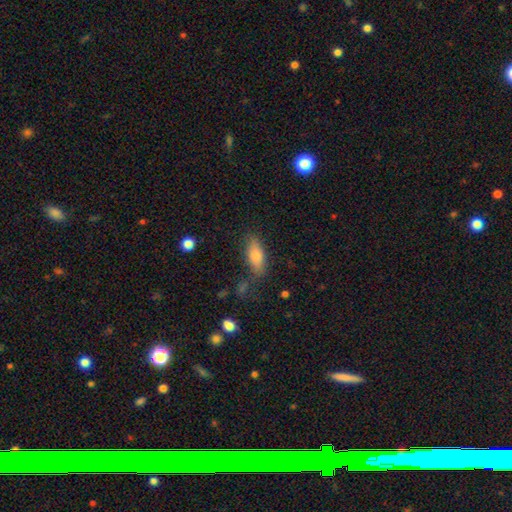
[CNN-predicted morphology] Smooth or featured: smooth — 80% (featured or disk — 12%)
How rounded: in between — 78% (cigar-shaped — 19%)
Merging: none — 70% (minor disturbance — 18%)